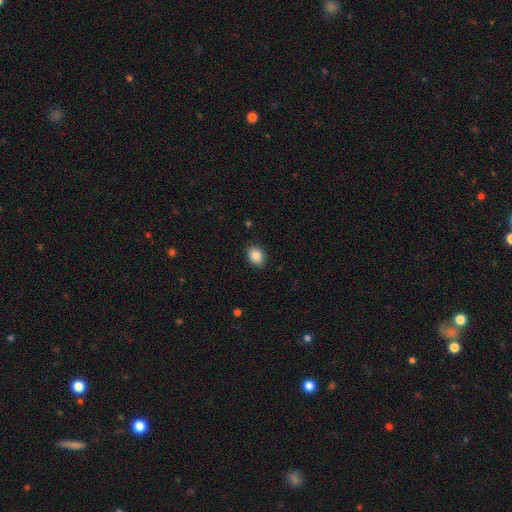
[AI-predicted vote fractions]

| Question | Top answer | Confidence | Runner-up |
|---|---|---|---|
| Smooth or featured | smooth | 87% | star or artifact (8%) |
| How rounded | in between | 63% | round (36%) |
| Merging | none | 88% | minor disturbance (9%) |